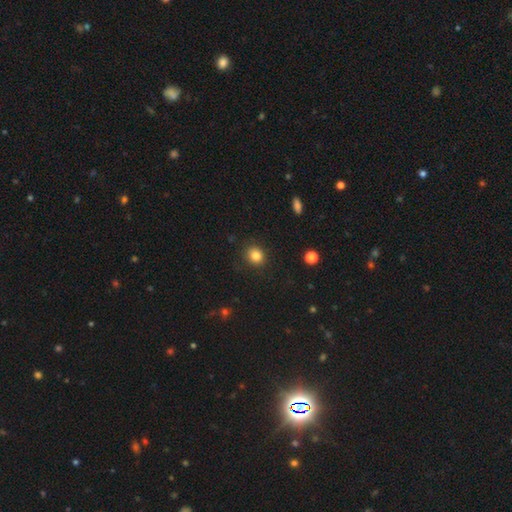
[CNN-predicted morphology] Smooth or featured? Predicted: smooth (p=0.84). How rounded? Predicted: round (p=0.79). Merging? Predicted: none (p=0.87).